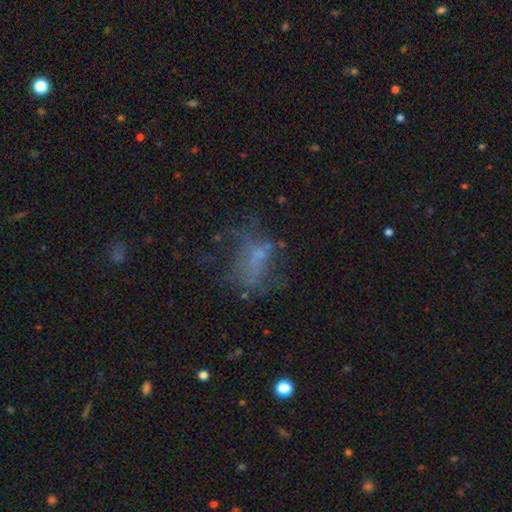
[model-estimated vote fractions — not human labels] Q: Smooth or featured?
A: featured or disk (37%); runner-up: smooth (35%)
Q: Merging?
A: none (45%); runner-up: major disturbance (32%)